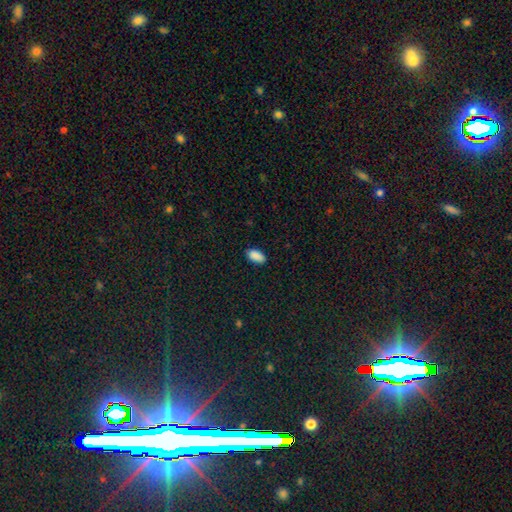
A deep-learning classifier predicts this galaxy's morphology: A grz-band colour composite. It shows a smooth galaxy with no disk features (90%) that is in between round and cigar-shaped (94%). Merging: none (86%).